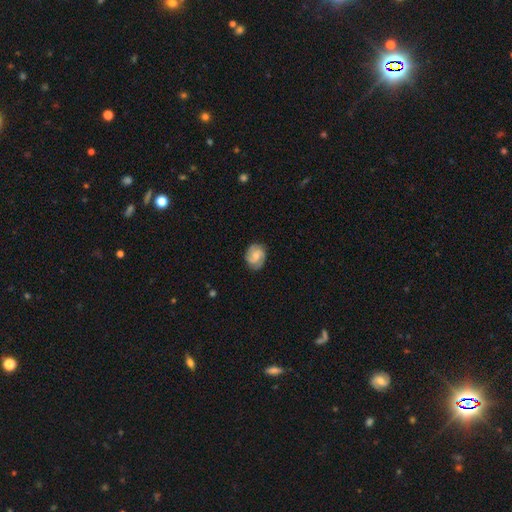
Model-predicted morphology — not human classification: featured or disk 62%, smooth 31%, star or artifact 7%. Down the decision tree: edge-on disk — no (98%); bar — no (49%); spiral arms — yes (93%); spiral arm count — 2 (77%); spiral winding — tight (46%); bulge size — moderate (47%); merging — none (81%).